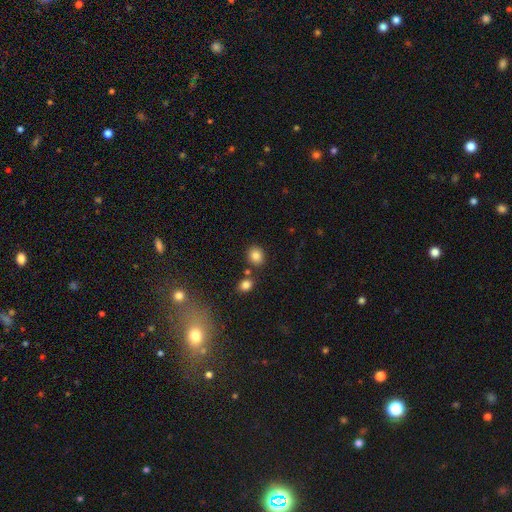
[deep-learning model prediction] Smooth or featured? smooth (84%)
How rounded? round (68%)
Merging? none (78%)